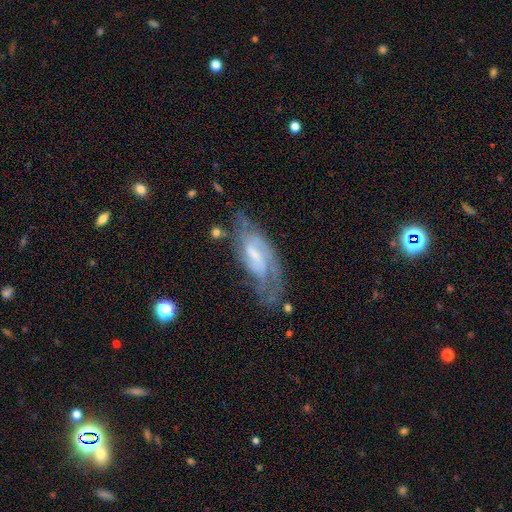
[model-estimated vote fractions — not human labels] The model was most divided on "spiral winding": medium: 44%, tight: 35%, loose: 21%. Remaining: edge-on disk — no (91%); spiral arms — yes (89%); smooth or featured — featured or disk (77%); bar — weak (52%); merging — none (49%); bulge size — small (47%); spiral arm count — 2 (45%).